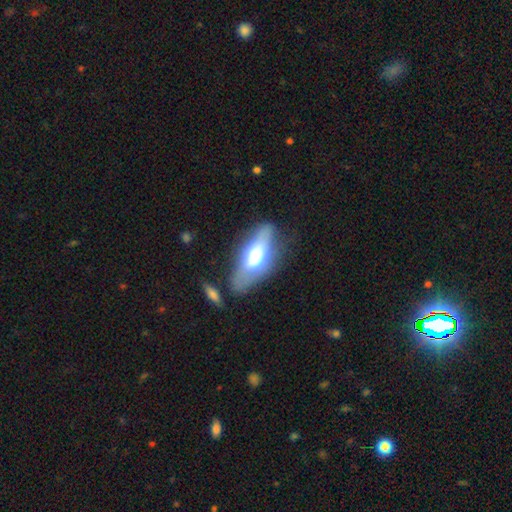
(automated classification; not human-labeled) smooth_or_featured: smooth (p=0.52) [alt: featured or disk p=0.42]
how_rounded: in between (p=0.70) [alt: cigar-shaped p=0.27]
merging: none (p=0.59) [alt: minor disturbance p=0.23]